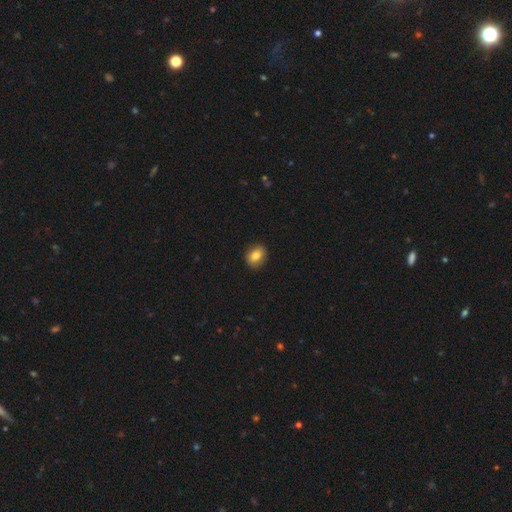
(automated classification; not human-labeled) smooth-or-featured: smooth: 82% | featured or disk: 9% | star or artifact: 9%
  how-rounded: in between: 55% | round: 44% | cigar-shaped: 1%
  merging: none: 88% | minor disturbance: 9% | major disturbance: 2% | merger: 1%